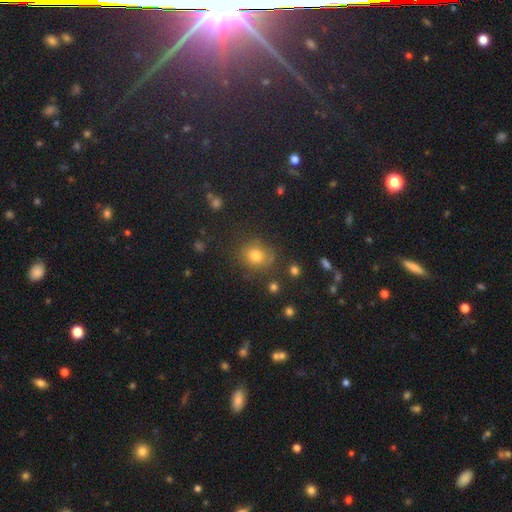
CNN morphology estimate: Smooth or featured? Predicted: smooth (p=0.73). How rounded? Predicted: round (p=0.73). Merging? Predicted: none (p=0.78).